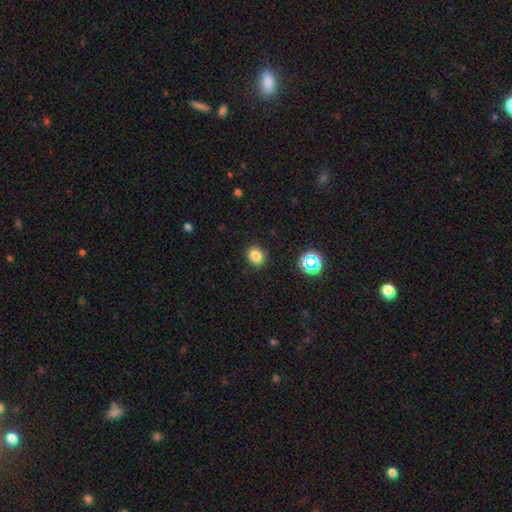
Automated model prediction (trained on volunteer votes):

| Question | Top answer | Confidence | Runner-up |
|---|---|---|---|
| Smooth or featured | smooth | 80% | star or artifact (14%) |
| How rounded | round | 69% | in between (30%) |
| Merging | none | 89% | minor disturbance (7%) |